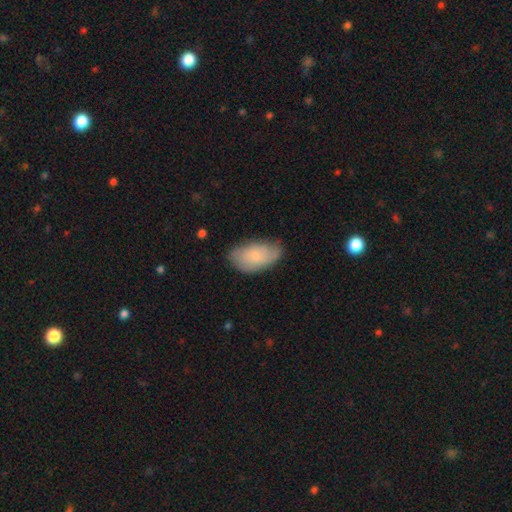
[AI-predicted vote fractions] Smooth or featured? Predicted: smooth (p=0.67). How rounded? Predicted: in between (p=0.94). Merging? Predicted: none (p=0.64).